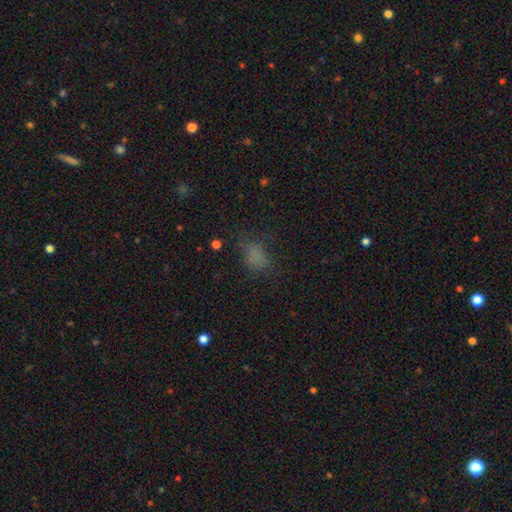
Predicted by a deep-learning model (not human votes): A smooth galaxy with no disk features (69%) that is in between round and cigar-shaped (76%). Merging: none (57%).